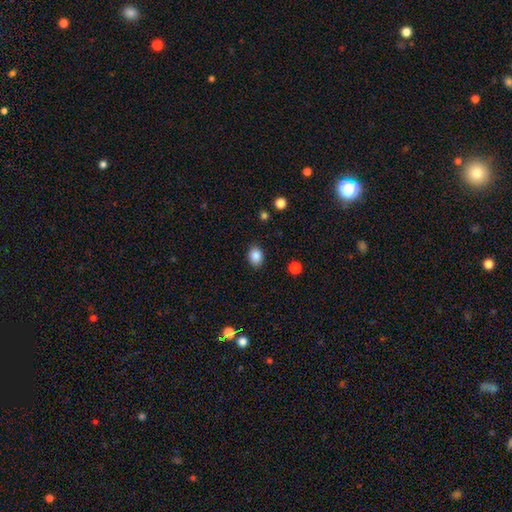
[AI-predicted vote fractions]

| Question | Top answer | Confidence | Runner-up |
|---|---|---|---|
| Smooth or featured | smooth | 87% | star or artifact (9%) |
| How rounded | in between | 54% | round (45%) |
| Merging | none | 88% | minor disturbance (9%) |